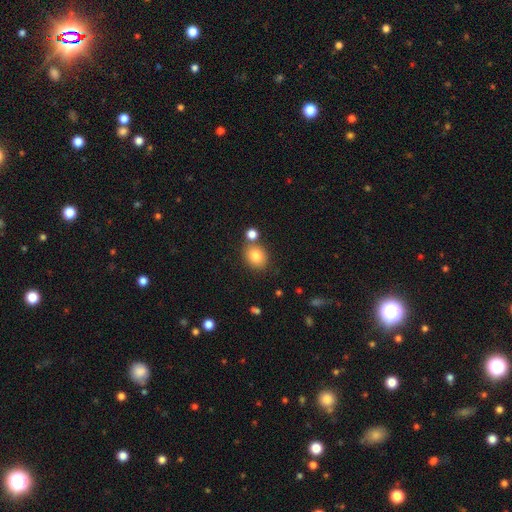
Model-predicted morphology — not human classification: Smooth or featured: smooth — 82% (star or artifact — 10%)
How rounded: round — 65% (in between — 34%)
Merging: none — 72% (merger — 15%)